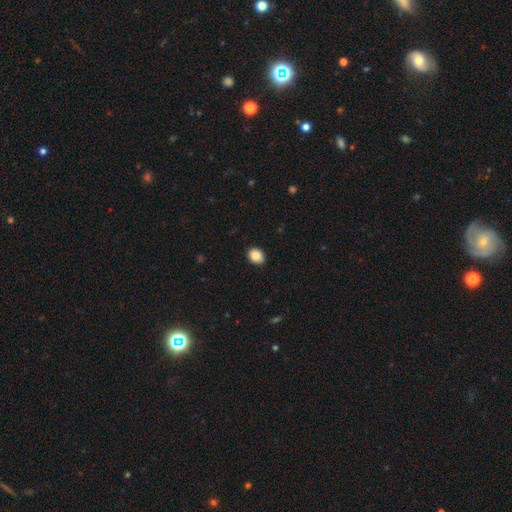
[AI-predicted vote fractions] Smooth or featured: smooth — 89% (star or artifact — 8%)
How rounded: in between — 54% (round — 45%)
Merging: none — 88% (minor disturbance — 9%)